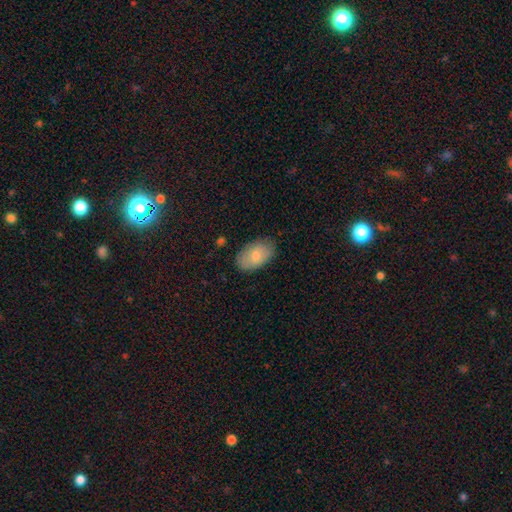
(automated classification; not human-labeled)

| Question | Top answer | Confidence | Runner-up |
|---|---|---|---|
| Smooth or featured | smooth | 79% | featured or disk (15%) |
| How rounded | in between | 93% | round (6%) |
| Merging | none | 81% | minor disturbance (15%) |